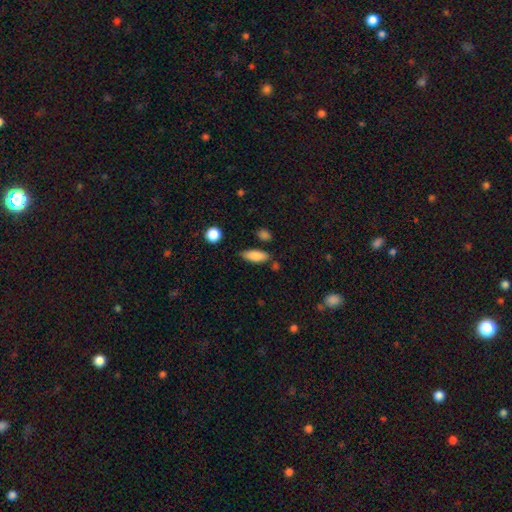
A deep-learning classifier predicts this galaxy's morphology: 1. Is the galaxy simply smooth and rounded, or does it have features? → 84% smooth, 9% featured or disk, 7% star or artifact.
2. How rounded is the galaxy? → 77% in between, 20% cigar-shaped, 3% round.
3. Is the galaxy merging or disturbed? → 76% none, 16% minor disturbance, 5% merger, 4% major disturbance.